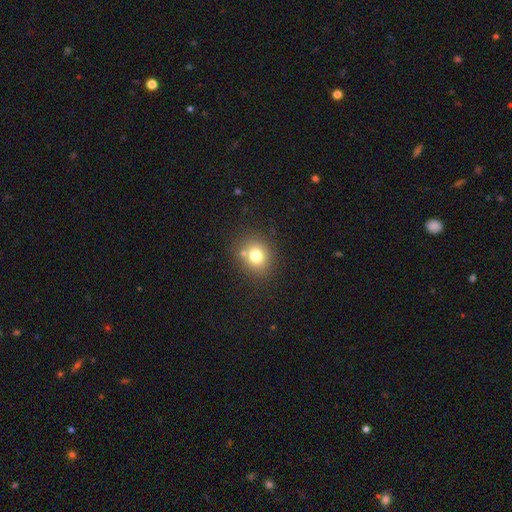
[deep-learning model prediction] smooth 76%, star or artifact 13%, featured or disk 11%. Down the decision tree: how rounded — round (71%); merging — none (74%).